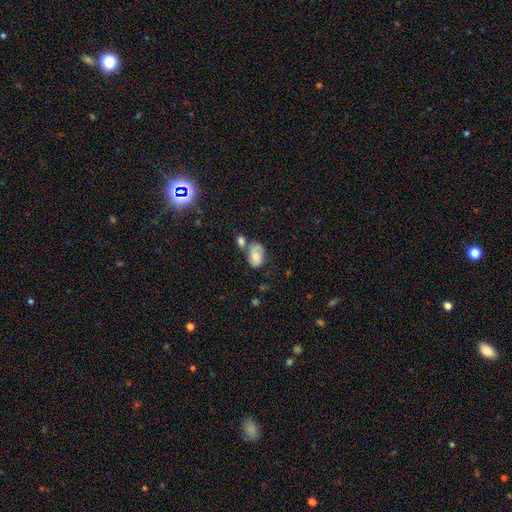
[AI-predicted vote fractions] smooth_or_featured: smooth (p=0.56) [alt: featured or disk p=0.35]
how_rounded: in between (p=0.87) [alt: round p=0.12]
merging: none (p=0.40) [alt: merger p=0.29]